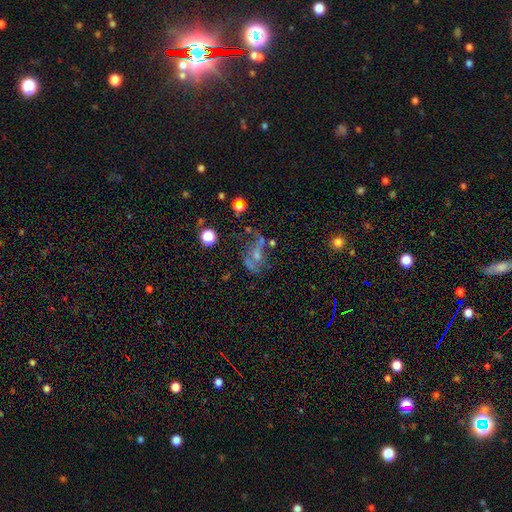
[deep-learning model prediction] Overall: featured or disk (52%; smooth 26%). Edge-on disk: no (93%). Merging: none (35%; major disturbance 32%).